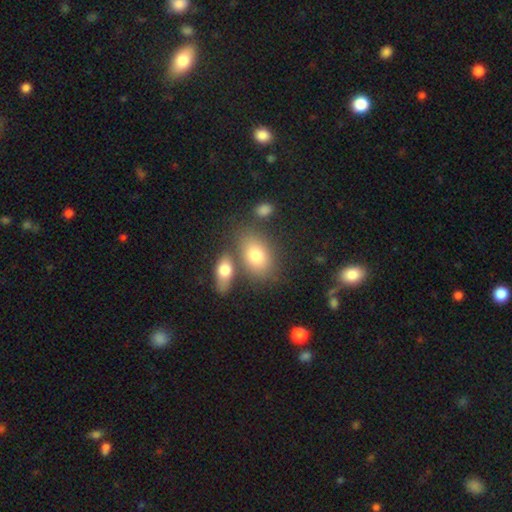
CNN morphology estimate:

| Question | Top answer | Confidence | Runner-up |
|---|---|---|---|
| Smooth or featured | smooth | 77% | featured or disk (14%) |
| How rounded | in between | 83% | round (15%) |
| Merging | none | 60% | merger (23%) |